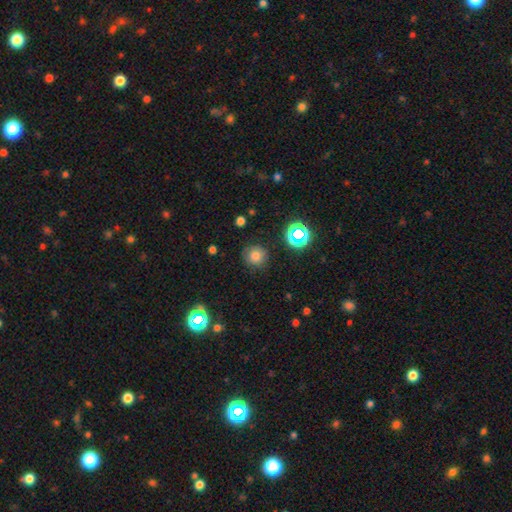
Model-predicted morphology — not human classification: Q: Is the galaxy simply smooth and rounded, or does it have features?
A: smooth — 72%.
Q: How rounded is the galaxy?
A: round — 92%.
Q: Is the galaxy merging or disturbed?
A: none — 83%.